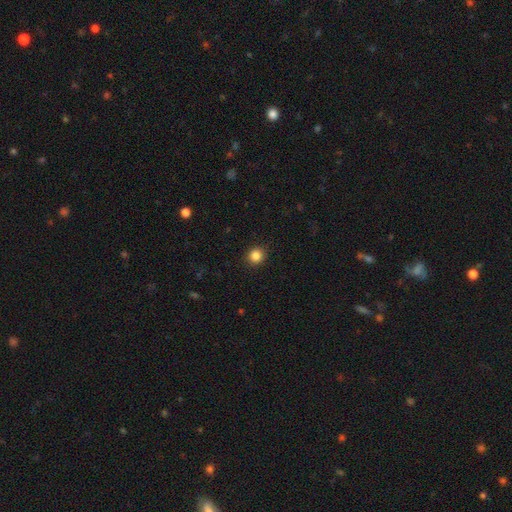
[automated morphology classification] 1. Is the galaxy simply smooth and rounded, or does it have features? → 86% smooth, 11% star or artifact, 4% featured or disk.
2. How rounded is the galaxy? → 89% round, 10% in between, 1% cigar-shaped.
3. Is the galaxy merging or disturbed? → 91% none, 6% minor disturbance, 2% major disturbance, 1% merger.